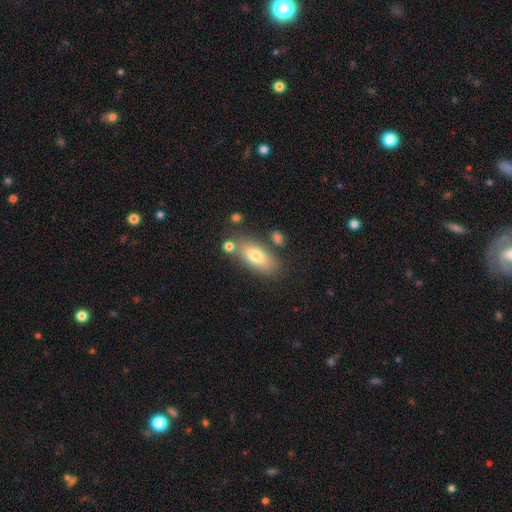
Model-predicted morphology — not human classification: A smooth galaxy with no disk features (74%) that is in between round and cigar-shaped (81%).

Vote fractions:
- Smooth or featured? smooth: 74% / featured or disk: 19% / star or artifact: 7%
- How rounded? in between: 81% / cigar-shaped: 16% / round: 4%
- Merging? none: 72% / minor disturbance: 14% / merger: 10% / major disturbance: 4%